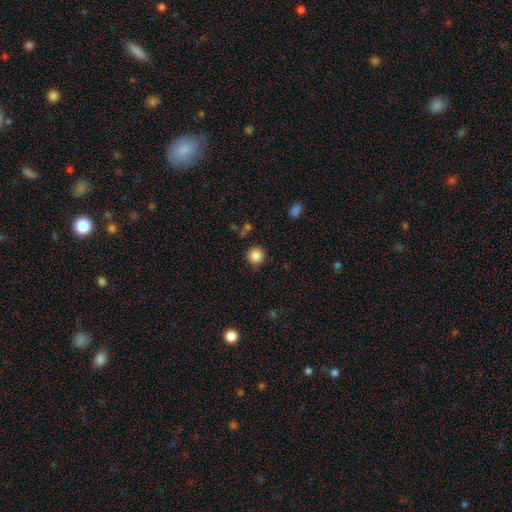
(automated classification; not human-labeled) A smooth galaxy with no disk features (85%) that is round (94%). Merging: none (87%).